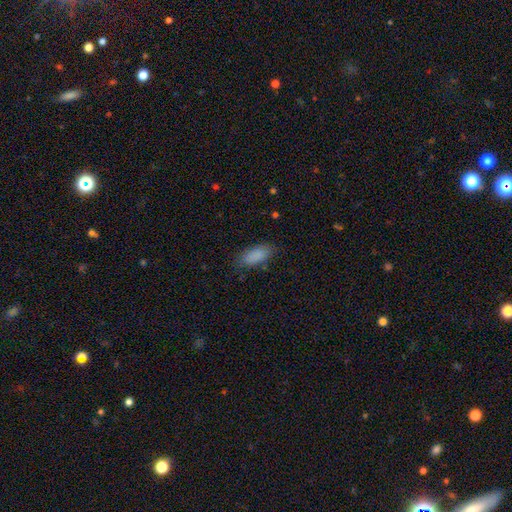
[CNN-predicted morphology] smooth-or-featured: smooth: 88% | star or artifact: 7% | featured or disk: 5%
  how-rounded: in between: 84% | cigar-shaped: 14% | round: 2%
  merging: none: 81% | minor disturbance: 14% | major disturbance: 3% | merger: 1%